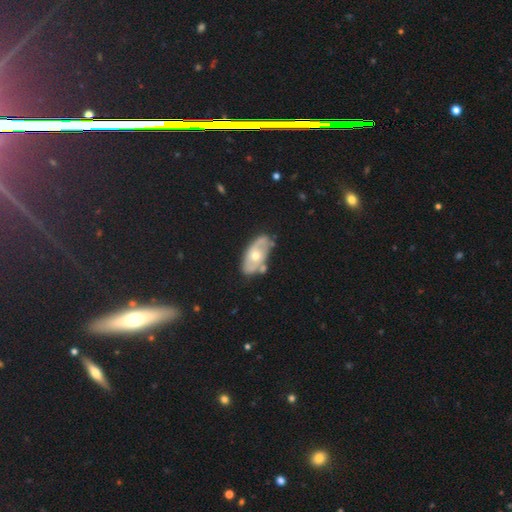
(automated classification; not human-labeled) Smooth or featured: featured or disk — 62% (smooth — 33%)
Edge-on disk: no — 89% (yes — 11%)
Bar: no — 80% (weak — 16%)
Spiral arms: yes — 51% (no — 49%)
Bulge size: moderate — 71% (small — 23%)
Merging: none — 63% (minor disturbance — 20%)